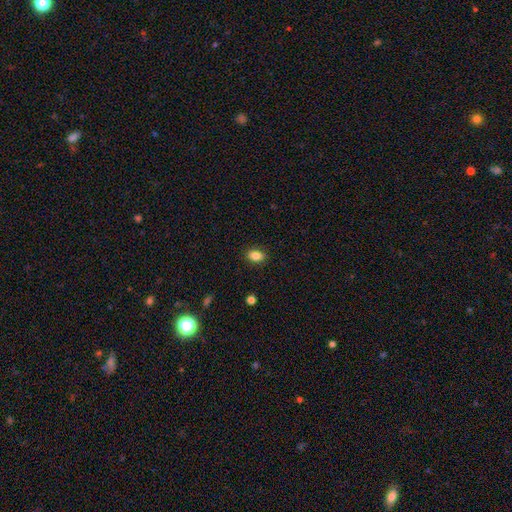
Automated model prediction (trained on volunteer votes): smooth 85%, star or artifact 9%, featured or disk 6%. Down the decision tree: how rounded — in between (82%); merging — none (89%).